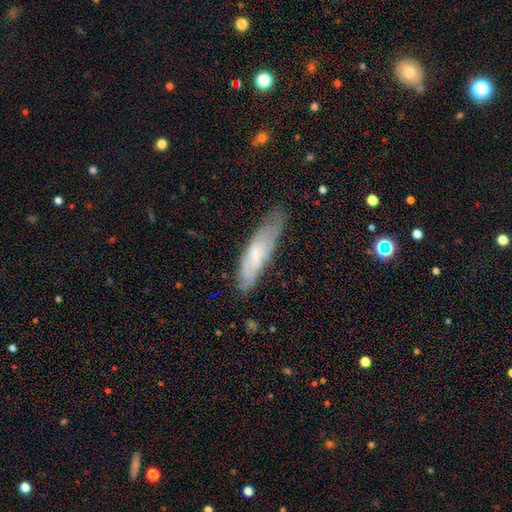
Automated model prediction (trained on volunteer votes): Smooth or featured?
  - smooth: 55% *
  - featured or disk: 38%
  - star or artifact: 8%
How rounded?
  - cigar-shaped: 69% *
  - in between: 30%
  - round: 1%
Merging?
  - none: 60% *
  - minor disturbance: 28%
  - major disturbance: 9%
  - merger: 3%